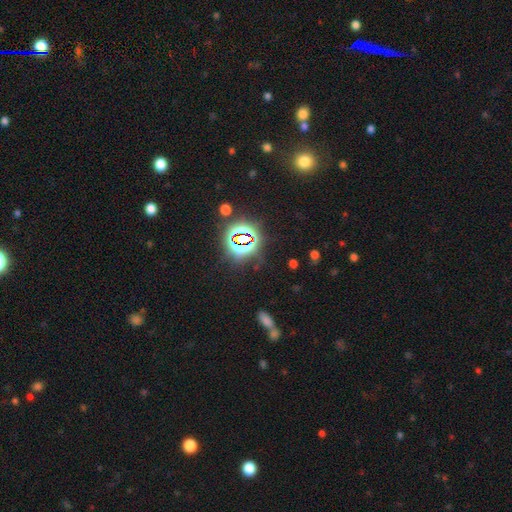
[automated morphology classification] smooth-or-featured: star or artifact: 75% | smooth: 16% | featured or disk: 9%